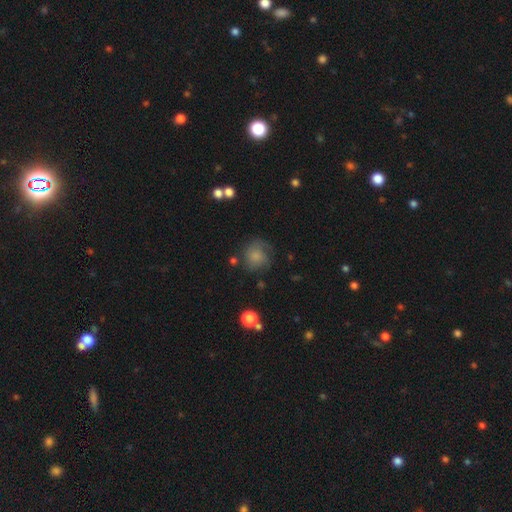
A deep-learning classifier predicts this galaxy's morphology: This is possibly a smooth galaxy (59%). How rounded: clearly round (82%). Merging: possibly none (58%).